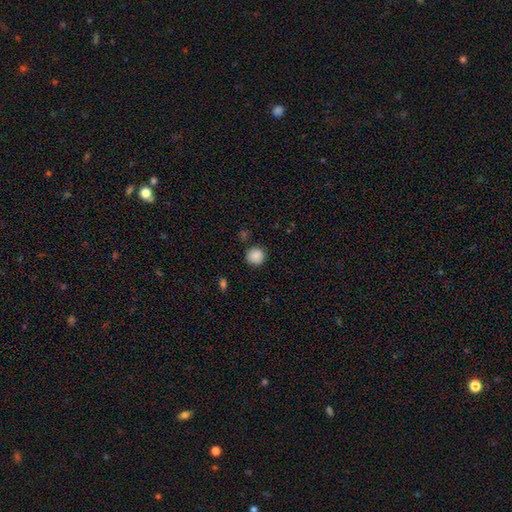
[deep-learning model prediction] A smooth galaxy with no disk features (87%) that is round (91%).

Vote fractions:
- Smooth or featured? smooth: 87% / star or artifact: 9% / featured or disk: 4%
- How rounded? round: 91% / in between: 8% / cigar-shaped: 1%
- Merging? none: 85% / minor disturbance: 10% / major disturbance: 3% / merger: 2%